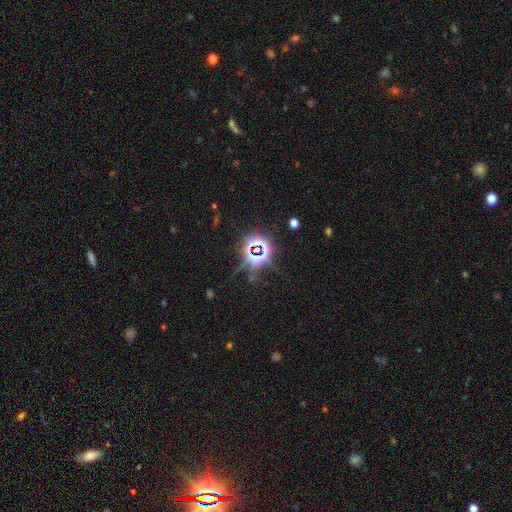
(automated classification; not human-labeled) Overall: star or artifact (79%).